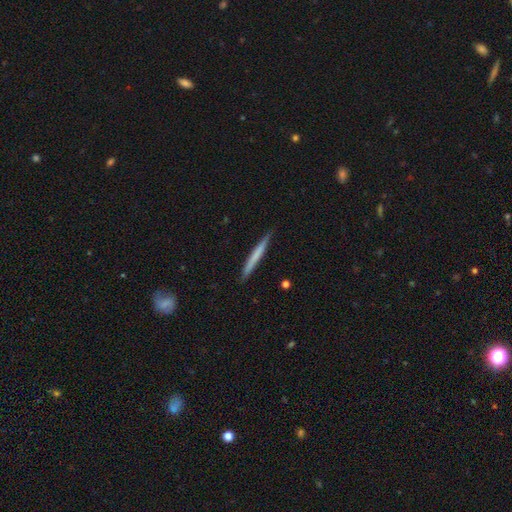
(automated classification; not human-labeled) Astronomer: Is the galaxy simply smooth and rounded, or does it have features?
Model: smooth — 59% (runner-up: featured or disk, 36%).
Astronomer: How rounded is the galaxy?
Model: cigar-shaped — 97%.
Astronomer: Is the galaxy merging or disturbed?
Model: none — 90%.